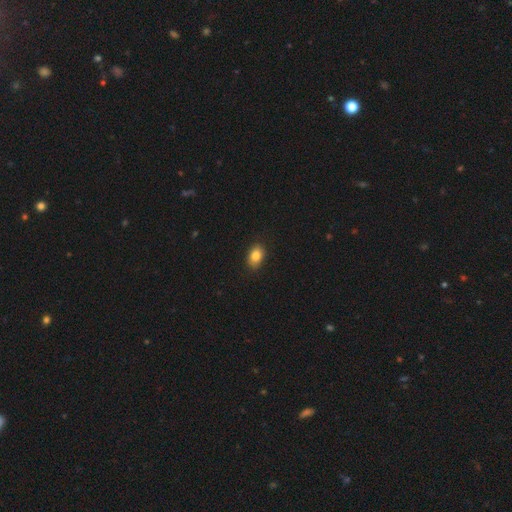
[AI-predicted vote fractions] A smooth galaxy with no disk features (83%) that is in between round and cigar-shaped (78%). Merging: none (88%).